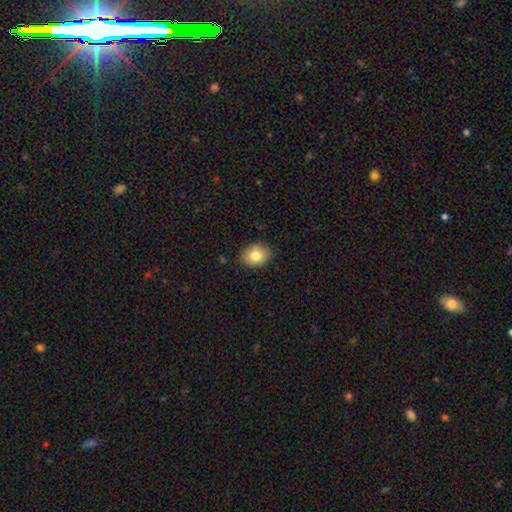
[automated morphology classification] smooth 81%, featured or disk 11%, star or artifact 8%. Down the decision tree: how rounded — in between (64%); merging — none (85%).